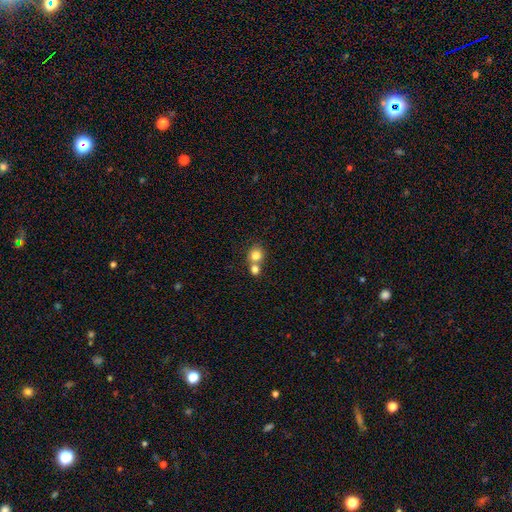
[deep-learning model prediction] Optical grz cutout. It shows a smooth galaxy with no disk features (81%) that is round (82%). Merging: merger (51%).